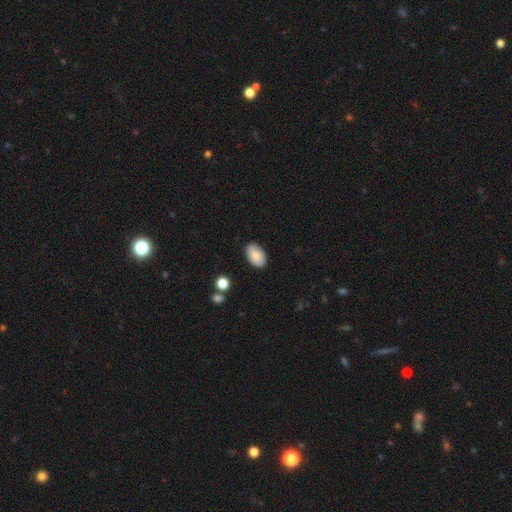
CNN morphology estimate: Smooth or featured? smooth (84%)
How rounded? in between (92%)
Merging? none (85%)